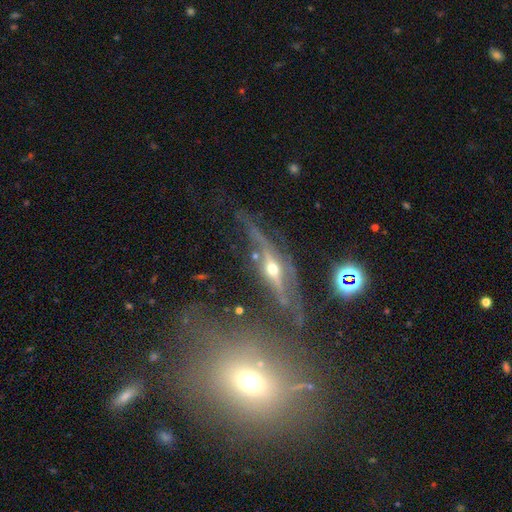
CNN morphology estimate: A featured or disk galaxy (79%) viewed edge-on (75%) with a rounded central bulge (90%). Merging: none (52%).